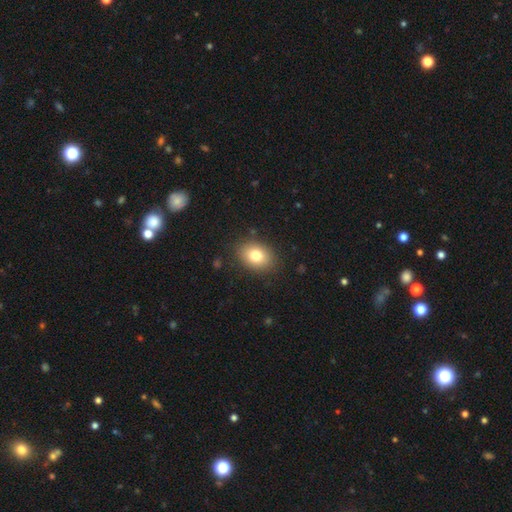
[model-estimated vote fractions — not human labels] Smooth or featured? smooth (79%)
How rounded? in between (64%)
Merging? none (87%)